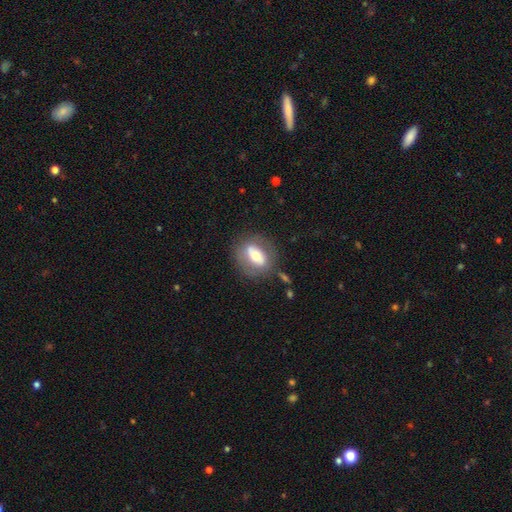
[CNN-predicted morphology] type=featured or disk (48%); merging=none (71%).